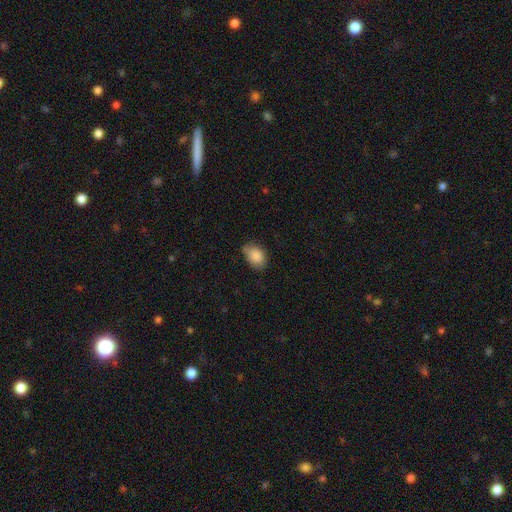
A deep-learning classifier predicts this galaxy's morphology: A smooth galaxy with no disk features (87%) that is in between round and cigar-shaped (81%). Merging: none (60%).